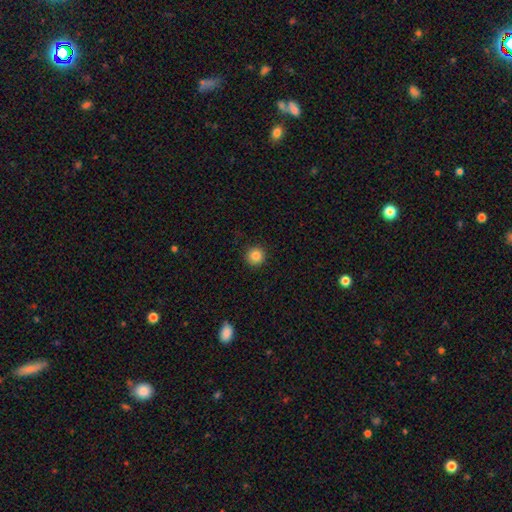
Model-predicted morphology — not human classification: Smooth or featured? Predicted: smooth (p=0.85). How rounded? Predicted: round (p=0.96). Merging? Predicted: none (p=0.93).